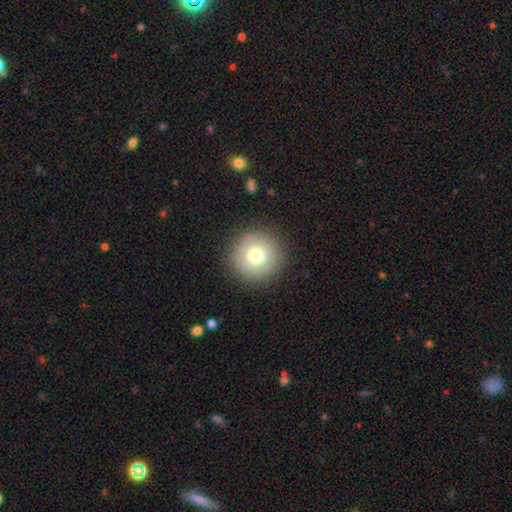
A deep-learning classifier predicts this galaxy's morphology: type=smooth (75%); roundness=round (96%); merging=none (89%).